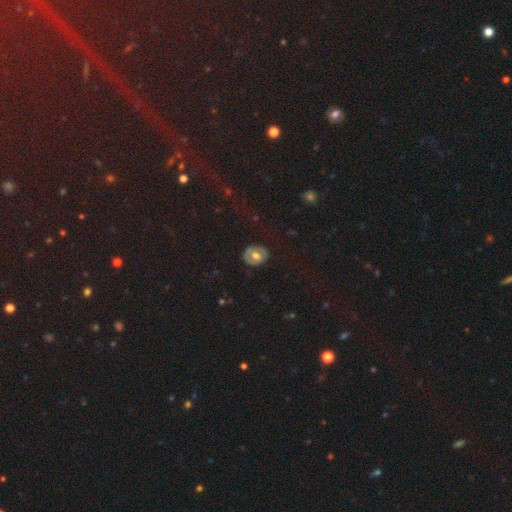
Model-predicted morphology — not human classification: Overall: smooth (53%; featured or disk 38%). How rounded: round (61%; in between 38%). Merging: none (81%).